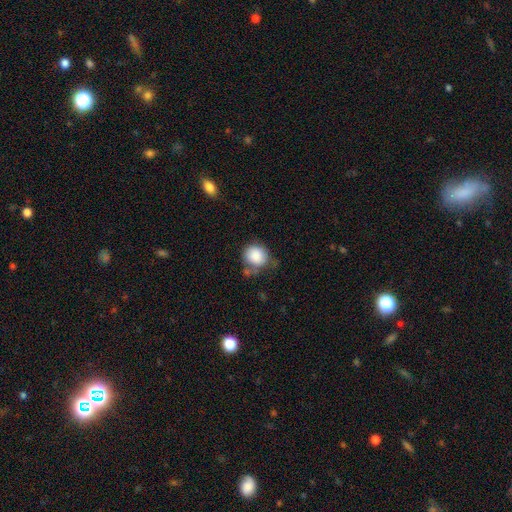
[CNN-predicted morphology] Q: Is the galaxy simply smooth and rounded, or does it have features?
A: smooth — 85%.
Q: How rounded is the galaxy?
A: round — 80%.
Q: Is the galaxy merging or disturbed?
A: none — 47%.